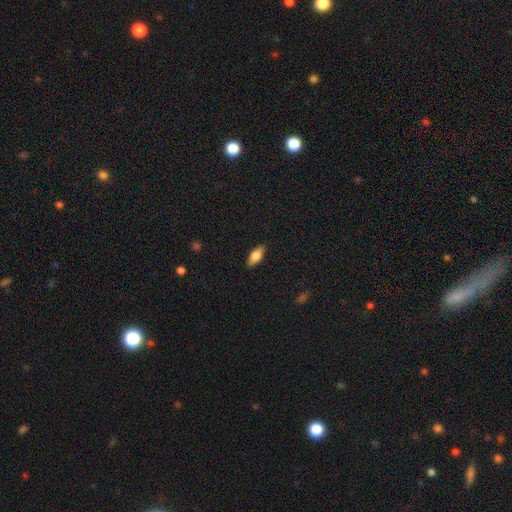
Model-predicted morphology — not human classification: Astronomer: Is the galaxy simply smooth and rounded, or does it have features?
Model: smooth — 77%.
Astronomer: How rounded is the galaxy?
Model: in between — 80%.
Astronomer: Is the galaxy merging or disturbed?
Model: none — 88%.